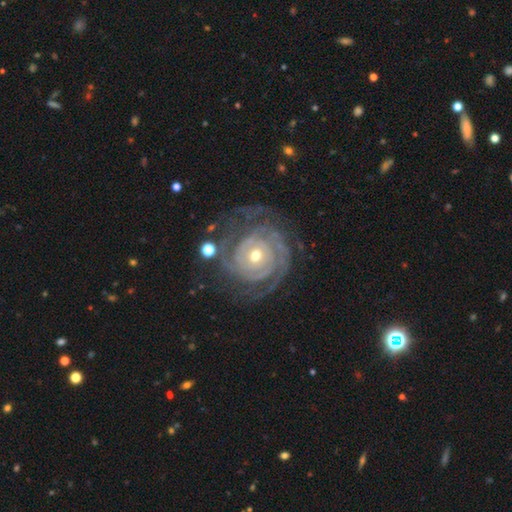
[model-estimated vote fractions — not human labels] Morphology: type=featured or disk (89%); edge-on=no (97%); bar=no (75%); spiral arms=yes (97%); winding=tight (83%); arm count=2 (25%); bulge=moderate (51%); merging=none (70%).